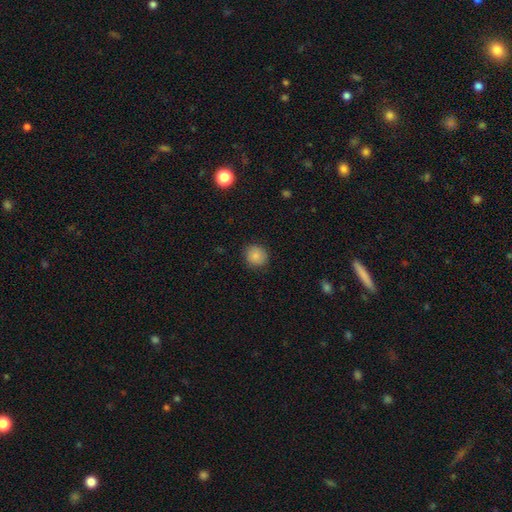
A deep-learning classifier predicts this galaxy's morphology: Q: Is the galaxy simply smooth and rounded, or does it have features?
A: smooth — 85%.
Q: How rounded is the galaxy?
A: round — 85%.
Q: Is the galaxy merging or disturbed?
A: none — 87%.